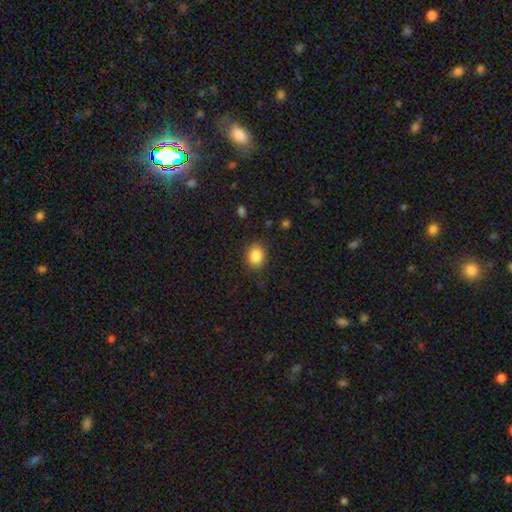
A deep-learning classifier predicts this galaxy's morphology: This is clearly a smooth galaxy (86%). How rounded: possibly round (50%). Merging: clearly none (86%).